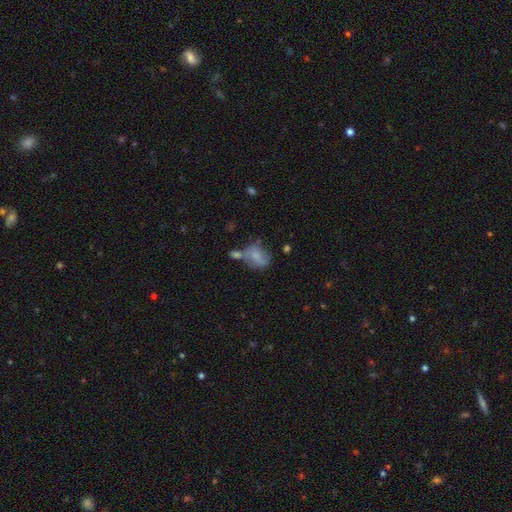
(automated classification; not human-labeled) The model was most divided on "merging": none: 33%, merger: 32%, minor disturbance: 21%, major disturbance: 14%. More confident: how rounded — in between (66%); smooth or featured — smooth (62%).